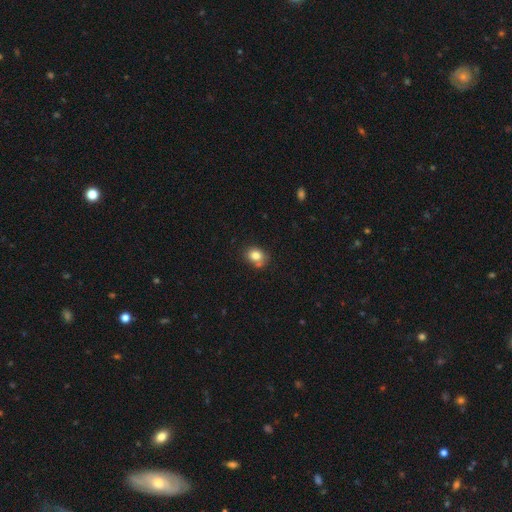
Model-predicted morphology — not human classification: Smooth or featured: smooth — 81% (star or artifact — 10%)
How rounded: round — 51% (in between — 48%)
Merging: none — 65% (minor disturbance — 18%)